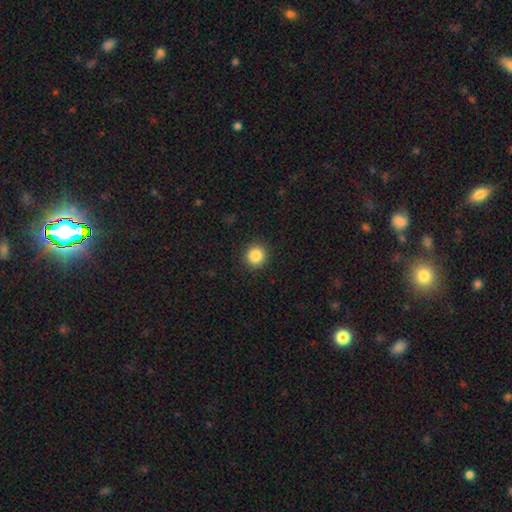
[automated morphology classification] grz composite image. It shows a smooth galaxy with no disk features (86%) that is round (93%). Merging: none (92%).